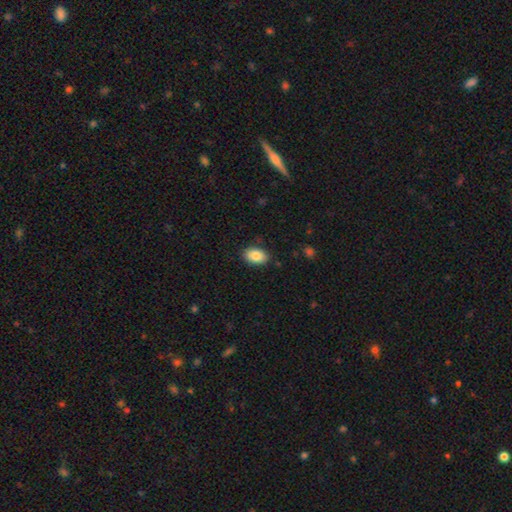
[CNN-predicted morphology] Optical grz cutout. It shows a smooth galaxy with no disk features (86%) that is in between round and cigar-shaped (89%). Merging: none (87%).